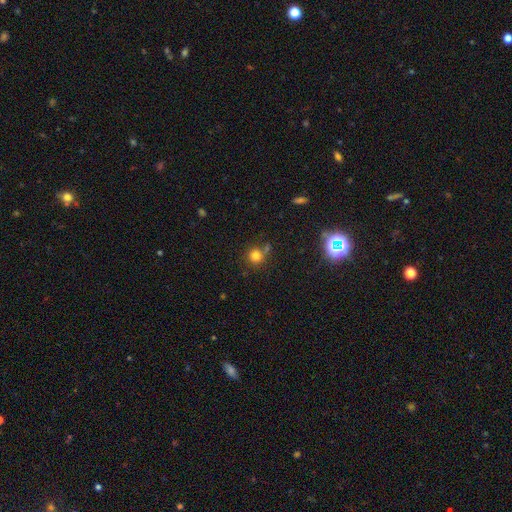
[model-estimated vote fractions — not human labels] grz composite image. It shows a smooth galaxy with no disk features (78%) that is round (91%). Merging: none (69%).